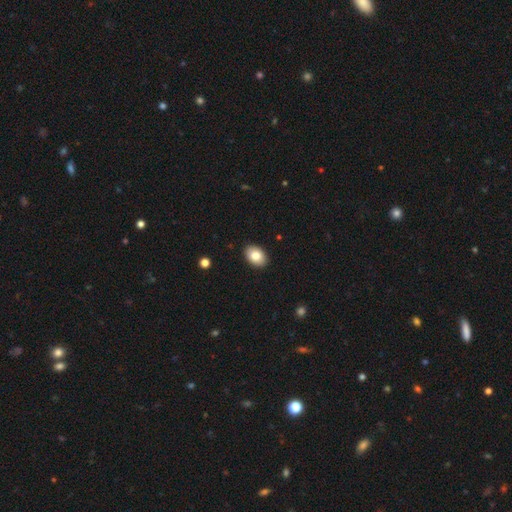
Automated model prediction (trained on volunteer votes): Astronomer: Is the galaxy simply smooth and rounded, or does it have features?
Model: smooth — 80%.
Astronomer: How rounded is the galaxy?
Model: in between — 83%.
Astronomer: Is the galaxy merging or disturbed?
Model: none — 90%.